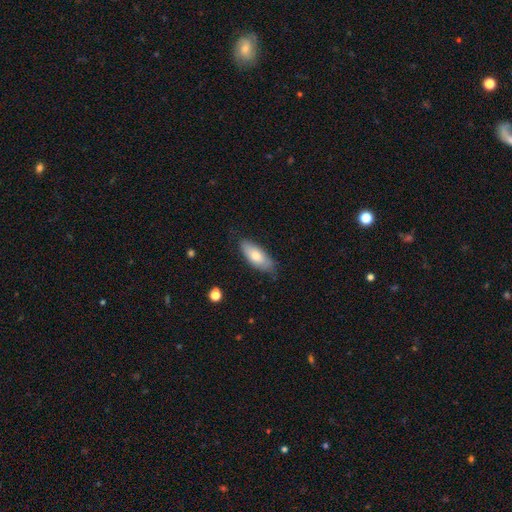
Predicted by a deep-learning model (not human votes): This is likely a smooth galaxy (73%). How rounded: clearly in between (81%). Merging: likely none (75%).